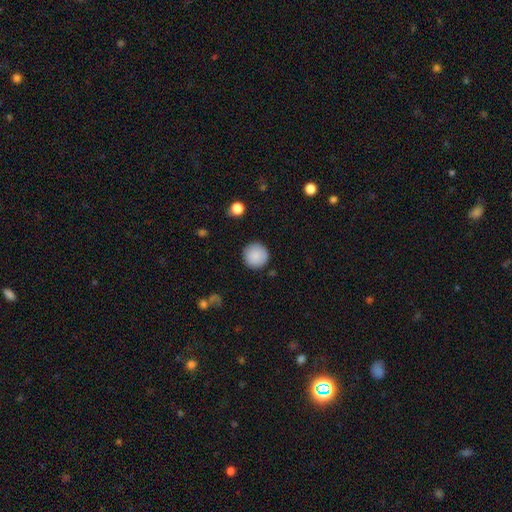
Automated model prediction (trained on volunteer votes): Smooth or featured: smooth — 88% (star or artifact — 7%)
How rounded: round — 96% (in between — 3%)
Merging: none — 89% (minor disturbance — 7%)